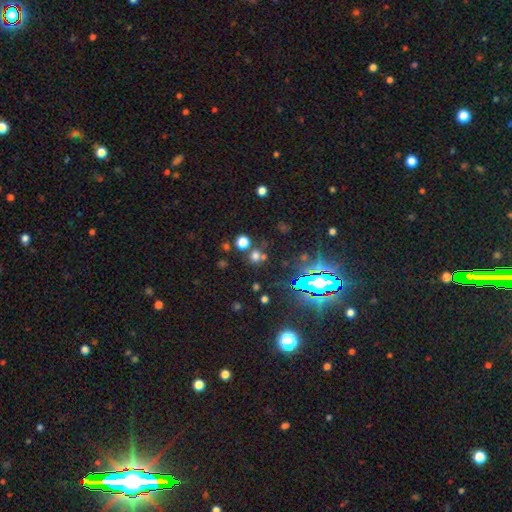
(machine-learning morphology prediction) This appears to be a smooth galaxy with no disk features (58%) that is round (86%). Merging: none (69%).